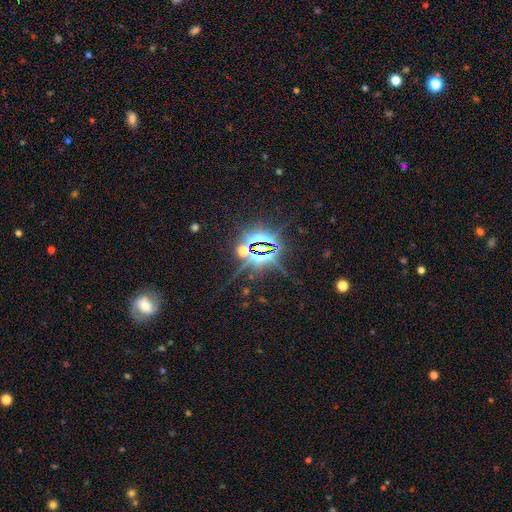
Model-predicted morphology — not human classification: Overall: star or artifact (84%).